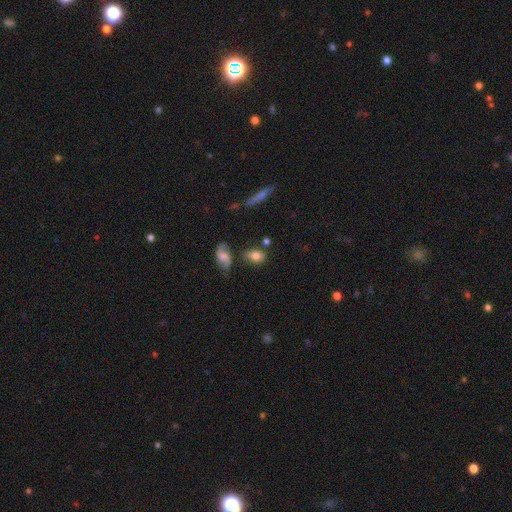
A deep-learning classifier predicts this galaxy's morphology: A smooth galaxy with no disk features (76%) that is in between round and cigar-shaped (73%).

Vote fractions:
- Smooth or featured? smooth: 76% / featured or disk: 16% / star or artifact: 9%
- How rounded? in between: 73% / round: 25% / cigar-shaped: 3%
- Merging? none: 67% / minor disturbance: 19% / merger: 8% / major disturbance: 5%